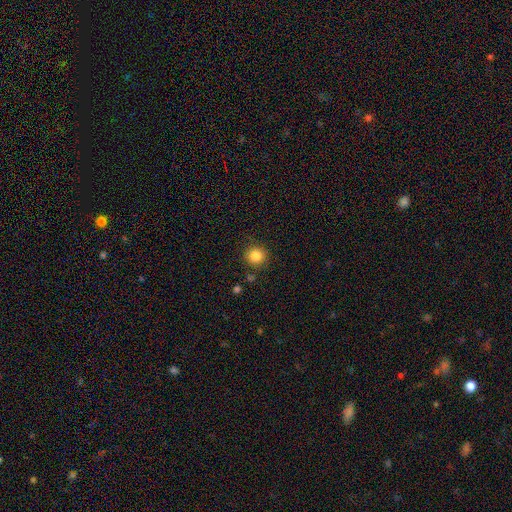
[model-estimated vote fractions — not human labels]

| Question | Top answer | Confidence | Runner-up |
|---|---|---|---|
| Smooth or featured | smooth | 84% | star or artifact (11%) |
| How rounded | round | 93% | in between (6%) |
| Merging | none | 88% | minor disturbance (7%) |